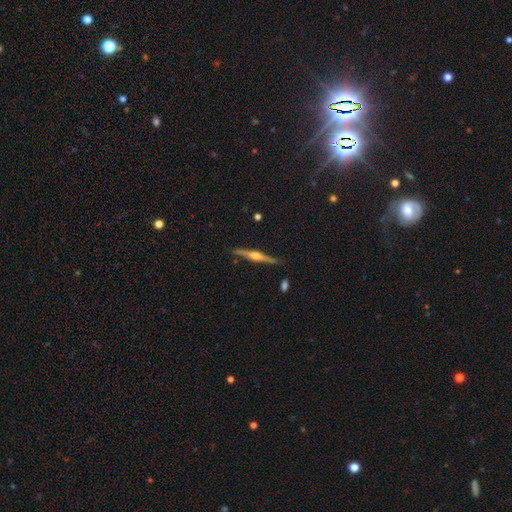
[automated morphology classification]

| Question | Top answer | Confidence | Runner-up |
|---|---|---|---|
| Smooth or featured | featured or disk | 77% | smooth (17%) |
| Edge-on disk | yes | 98% | no (2%) |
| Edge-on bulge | rounded | 93% | boxy (4%) |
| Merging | none | 87% | minor disturbance (10%) |